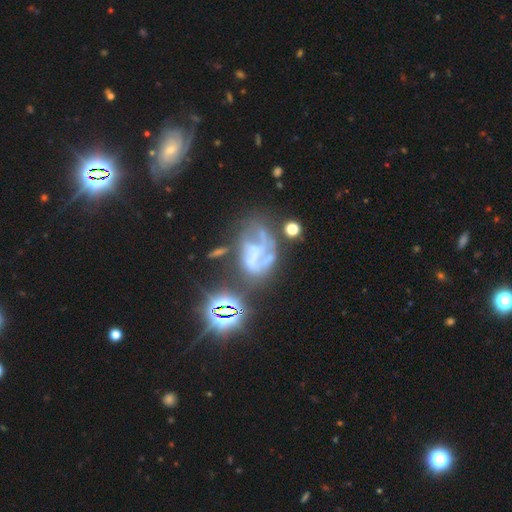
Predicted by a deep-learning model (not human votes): The model was most divided on "spiral arms": yes: 53%, no: 47%. Remaining: edge-on disk — no (97%); bar — no (69%); bulge size — none (68%); smooth or featured — featured or disk (61%); merging — major disturbance (37%).